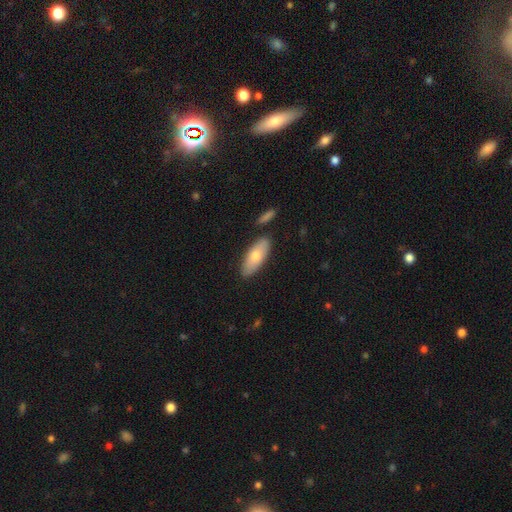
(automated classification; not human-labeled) A smooth galaxy with no disk features (70%) that is in between round and cigar-shaped (81%). Merging: none (82%).